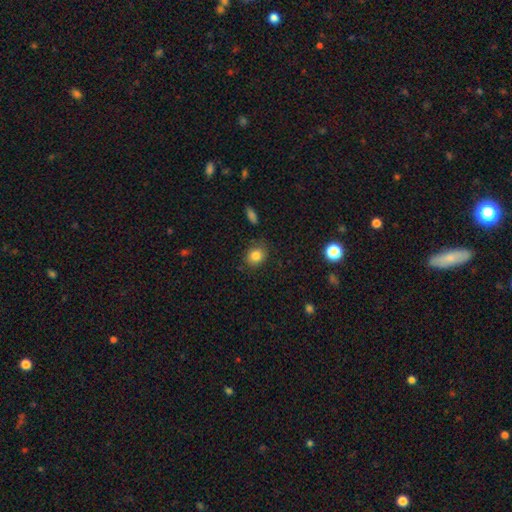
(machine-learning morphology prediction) A smooth galaxy with no disk features (83%) that is round (63%).

Vote fractions:
- Smooth or featured? smooth: 83% / star or artifact: 10% / featured or disk: 6%
- How rounded? round: 63% / in between: 36% / cigar-shaped: 1%
- Merging? none: 81% / minor disturbance: 14% / major disturbance: 3% / merger: 2%